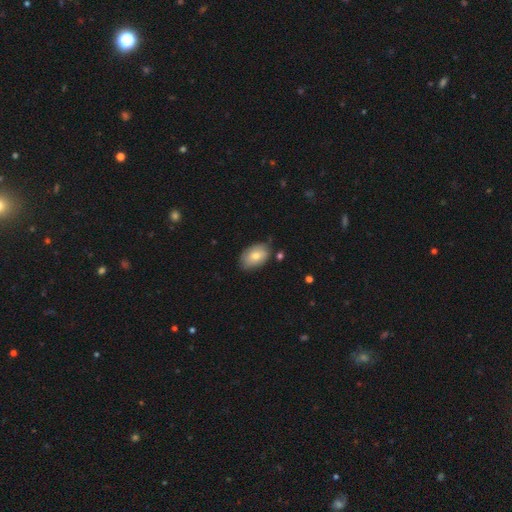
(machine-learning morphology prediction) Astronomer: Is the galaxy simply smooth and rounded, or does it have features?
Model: smooth — 75%.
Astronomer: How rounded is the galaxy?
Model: in between — 89%.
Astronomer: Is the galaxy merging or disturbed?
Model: none — 71%.